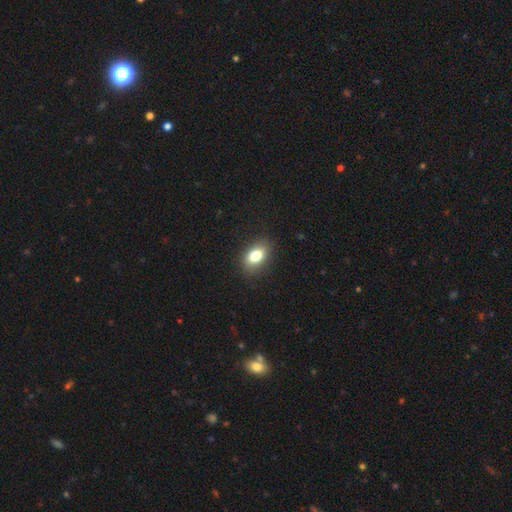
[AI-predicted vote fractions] Smooth or featured: smooth — 81% (featured or disk — 10%)
How rounded: in between — 85% (round — 13%)
Merging: none — 86% (minor disturbance — 10%)